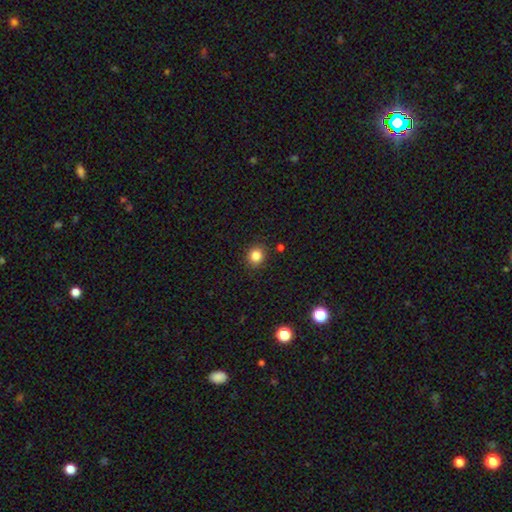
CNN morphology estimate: Q: Smooth or featured?
A: smooth (83%); runner-up: star or artifact (12%)
Q: How rounded?
A: round (83%); runner-up: in between (16%)
Q: Merging?
A: none (89%); runner-up: minor disturbance (7%)